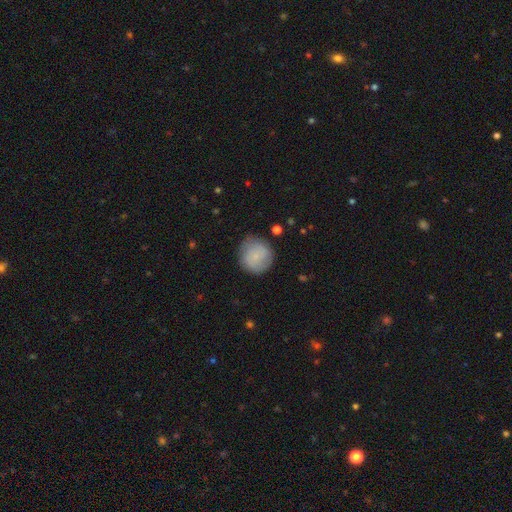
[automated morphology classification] Smooth or featured? smooth (75%)
How rounded? round (92%)
Merging? none (78%)